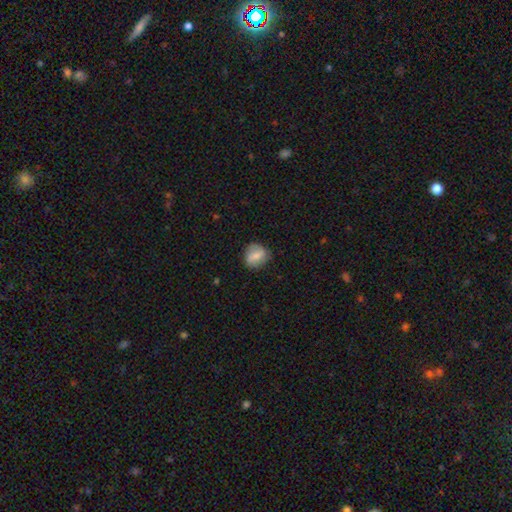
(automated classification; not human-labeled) This is likely a smooth galaxy (62%). How rounded: likely round (71%). Merging: likely none (77%).